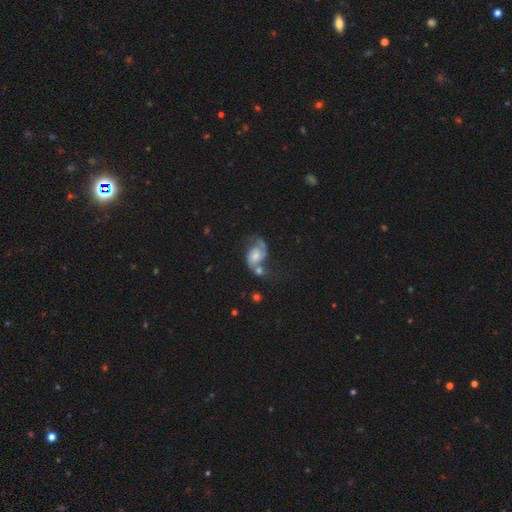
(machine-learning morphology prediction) This appears to be a featured or disk galaxy (73%) with no bar (63%), 2 (73%) medium (44%) spiral arms (91%) and a small central bulge (41%). Merging: none (30%).